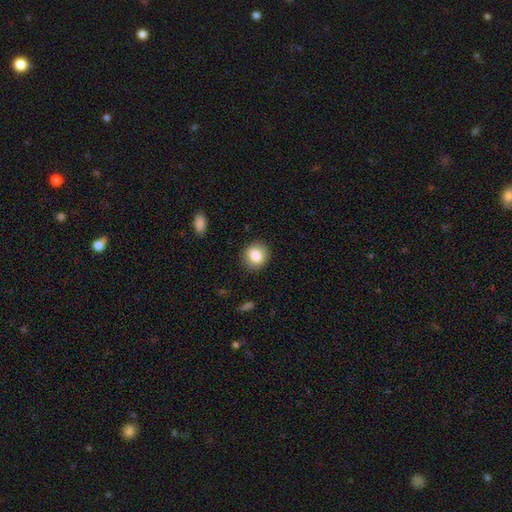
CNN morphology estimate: Smooth or featured? smooth (82%)
How rounded? round (77%)
Merging? none (88%)